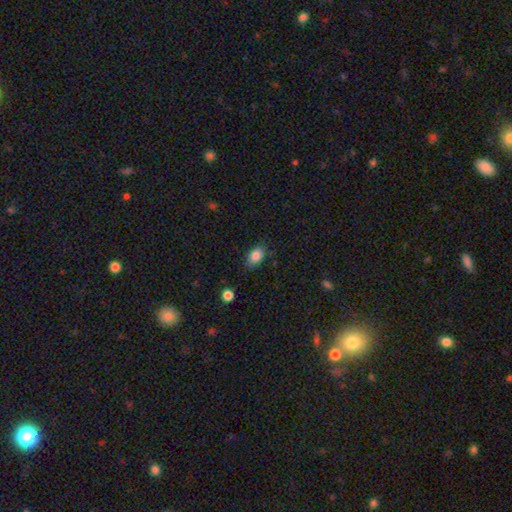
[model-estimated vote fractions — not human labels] A smooth galaxy with no disk features (84%) that is in between round and cigar-shaped (87%). Merging: none (81%).